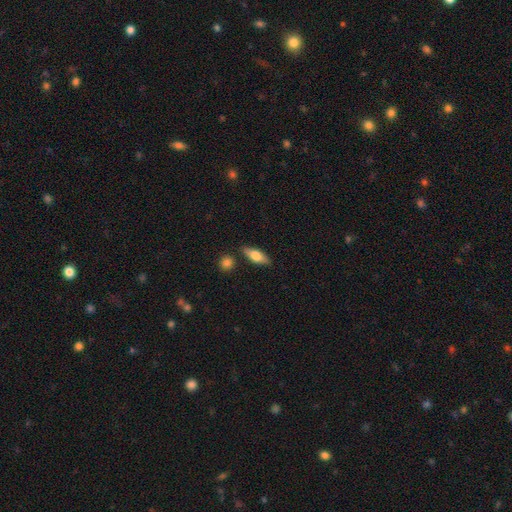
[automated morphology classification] Smooth or featured? smooth (64%)
How rounded? in between (63%)
Merging? none (82%)